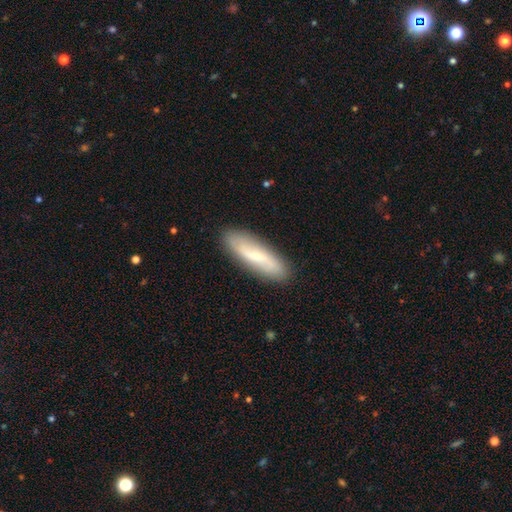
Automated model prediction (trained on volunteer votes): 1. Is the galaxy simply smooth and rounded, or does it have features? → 47% smooth, 46% featured or disk, 6% star or artifact.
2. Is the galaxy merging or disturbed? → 87% none, 9% minor disturbance, 2% major disturbance, 1% merger.